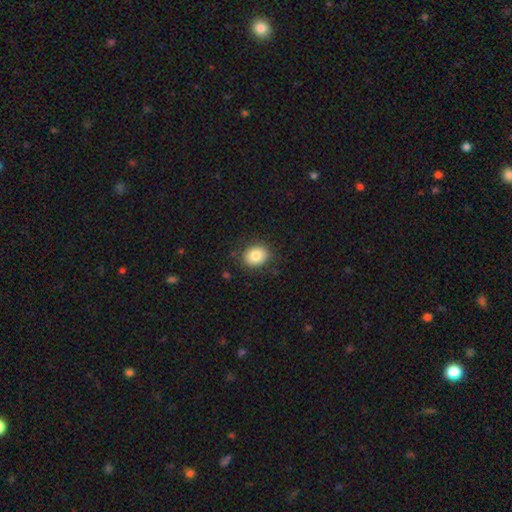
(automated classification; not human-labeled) Overall: smooth (82%). How rounded: round (56%; in between 43%). Merging: none (84%).